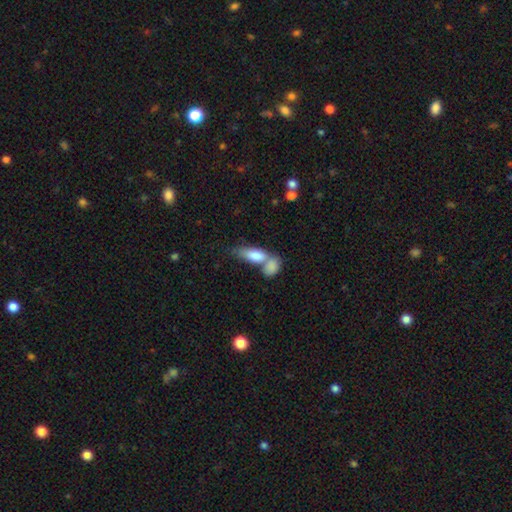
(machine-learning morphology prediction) Smooth or featured? smooth (81%)
How rounded? in between (79%)
Merging? merger (62%)